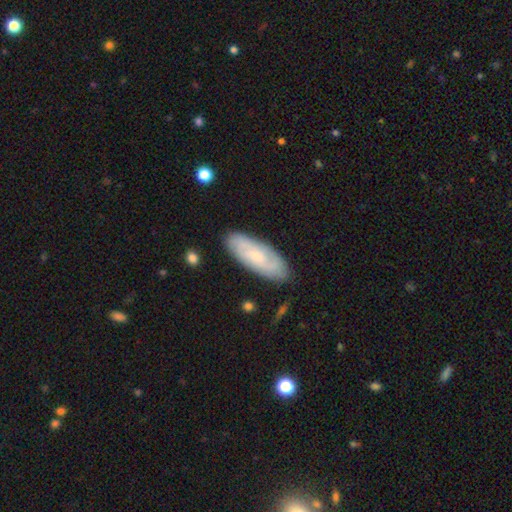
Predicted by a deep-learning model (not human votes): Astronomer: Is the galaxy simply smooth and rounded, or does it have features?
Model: smooth — 52% (runner-up: featured or disk, 41%).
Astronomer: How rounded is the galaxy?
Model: in between — 70%.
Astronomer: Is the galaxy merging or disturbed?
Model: none — 83%.